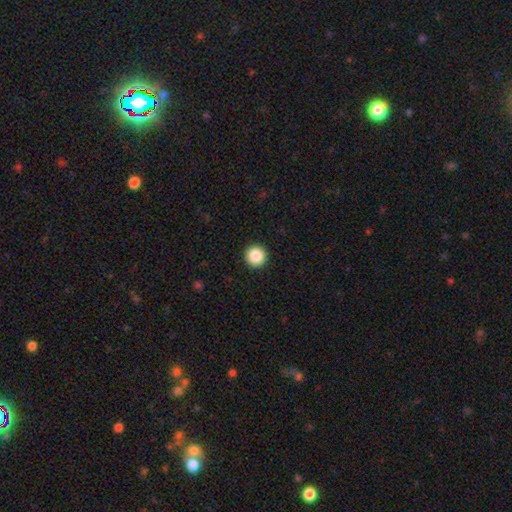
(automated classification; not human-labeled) smooth_or_featured: smooth (p=0.87) [alt: star or artifact p=0.09]
how_rounded: round (p=0.96) [alt: in between p=0.03]
merging: none (p=0.94) [alt: minor disturbance p=0.04]